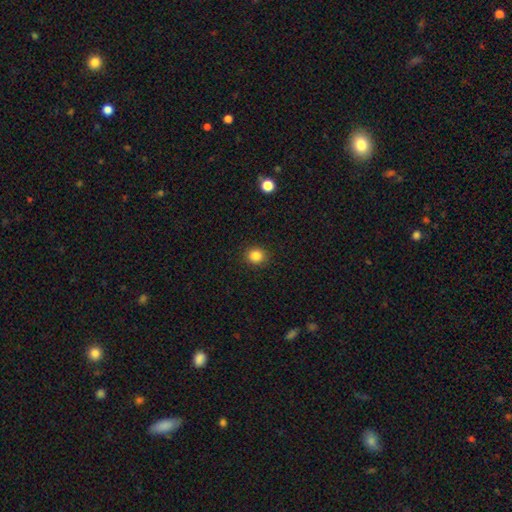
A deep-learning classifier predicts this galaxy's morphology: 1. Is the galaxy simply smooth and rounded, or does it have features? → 85% smooth, 11% star or artifact, 4% featured or disk.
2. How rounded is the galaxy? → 84% round, 15% in between, 1% cigar-shaped.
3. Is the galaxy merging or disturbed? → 90% none, 6% minor disturbance, 2% major disturbance, 1% merger.